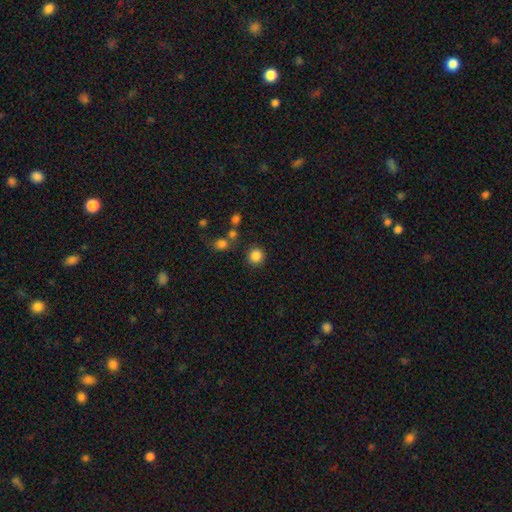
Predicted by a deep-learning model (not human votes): smooth-or-featured: smooth: 85% | star or artifact: 12% | featured or disk: 4%
  how-rounded: round: 92% | in between: 7% | cigar-shaped: 1%
  merging: none: 83% | minor disturbance: 8% | merger: 6% | major disturbance: 4%